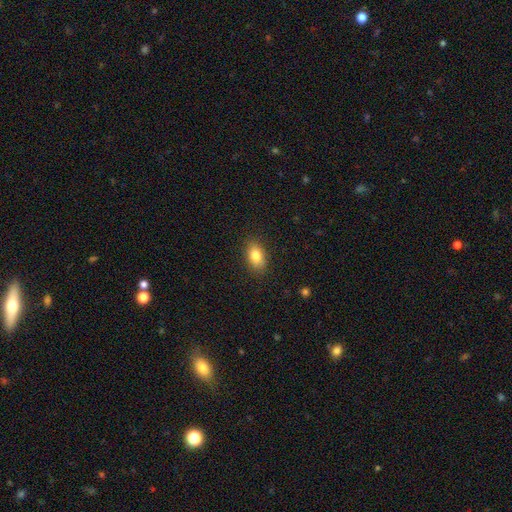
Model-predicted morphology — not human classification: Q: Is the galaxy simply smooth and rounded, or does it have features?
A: smooth — 83%.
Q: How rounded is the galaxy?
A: in between — 86%.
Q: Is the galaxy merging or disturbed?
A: none — 86%.